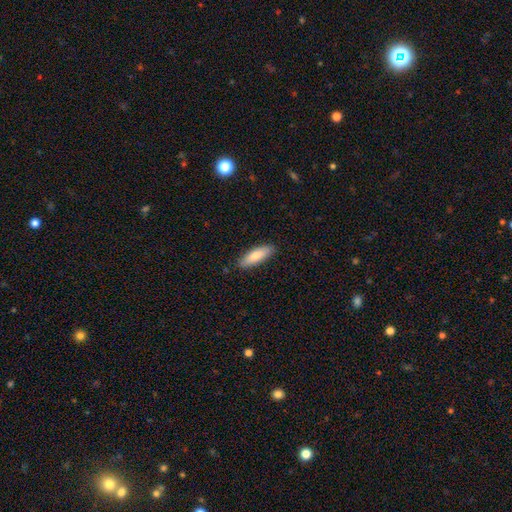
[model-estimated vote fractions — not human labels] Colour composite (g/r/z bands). It shows a smooth galaxy with no disk features (81%) that is in between round and cigar-shaped (51%). Merging: none (87%).